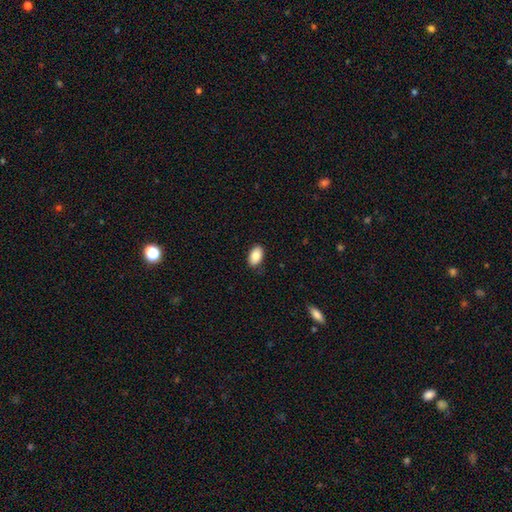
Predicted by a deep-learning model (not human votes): smooth 86%, star or artifact 7%, featured or disk 7%. Down the decision tree: how rounded — in between (92%); merging — none (86%).